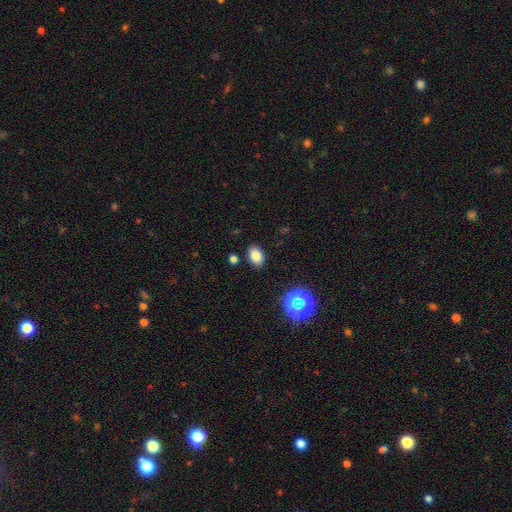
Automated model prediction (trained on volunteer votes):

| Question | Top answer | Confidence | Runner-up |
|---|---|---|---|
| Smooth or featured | smooth | 80% | star or artifact (14%) |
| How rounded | in between | 79% | round (20%) |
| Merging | none | 87% | minor disturbance (8%) |